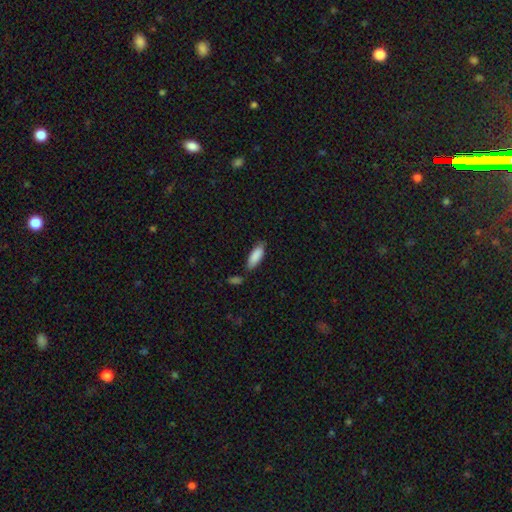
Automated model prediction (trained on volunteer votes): This appears to be a smooth galaxy with no disk features (88%) that is in between round and cigar-shaped (68%). Merging: none (69%).